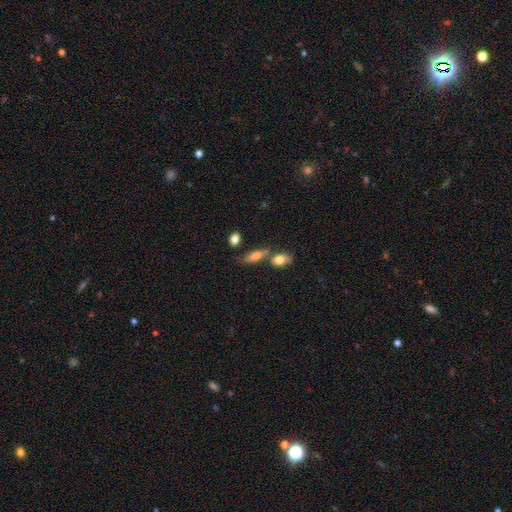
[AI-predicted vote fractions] Smooth or featured? Predicted: smooth (p=0.73). How rounded? Predicted: in between (p=0.70). Merging? Predicted: none (p=0.47).